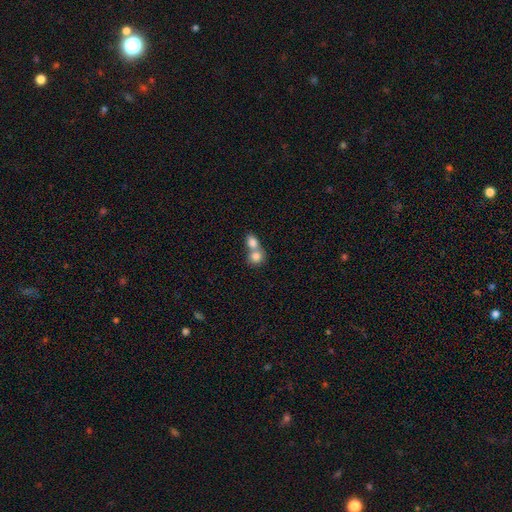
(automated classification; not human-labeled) The model was most divided on "how rounded": round: 67%, in between: 32%, cigar-shaped: 1%. More confident: smooth or featured — smooth (81%); merging — merger (67%).